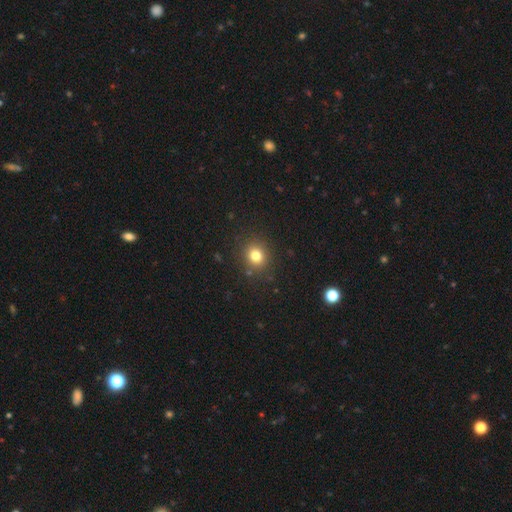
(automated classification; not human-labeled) A smooth galaxy with no disk features (79%) that is round (80%). Merging: none (88%).